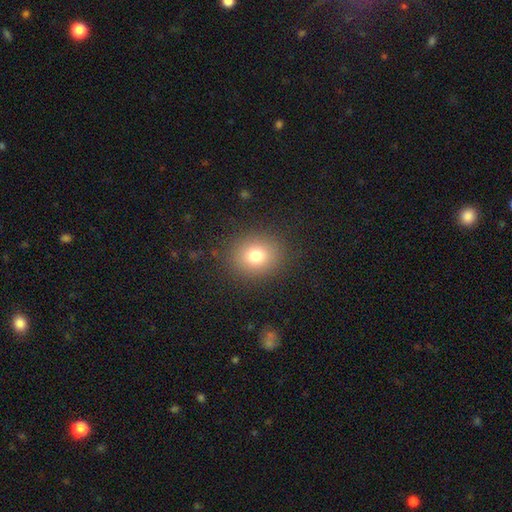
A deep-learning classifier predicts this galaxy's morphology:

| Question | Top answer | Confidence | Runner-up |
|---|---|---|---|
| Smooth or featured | smooth | 77% | star or artifact (13%) |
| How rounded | round | 71% | in between (28%) |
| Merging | none | 86% | minor disturbance (9%) |